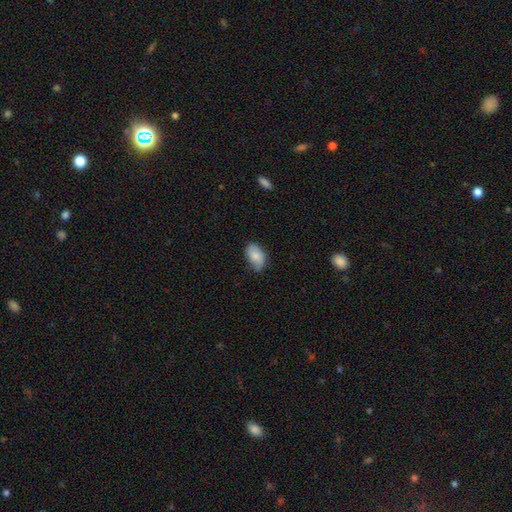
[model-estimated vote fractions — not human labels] The model was most divided on "merging": none: 56%, minor disturbance: 35%, major disturbance: 7%, merger: 2%. More confident: how rounded — in between (90%); smooth or featured — smooth (76%).